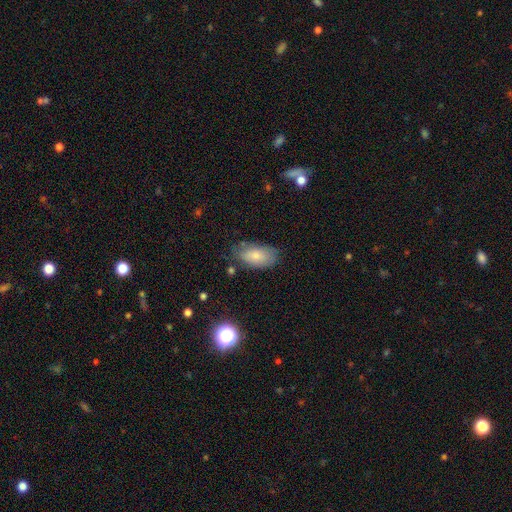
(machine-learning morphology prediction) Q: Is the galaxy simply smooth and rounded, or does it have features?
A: smooth — 80%.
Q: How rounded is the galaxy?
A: in between — 93%.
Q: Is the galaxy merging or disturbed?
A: none — 70%.